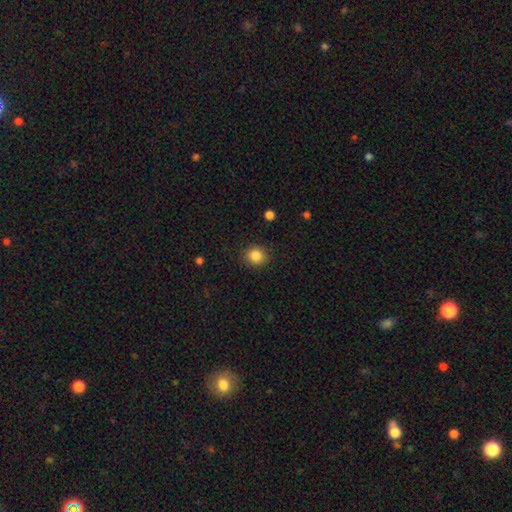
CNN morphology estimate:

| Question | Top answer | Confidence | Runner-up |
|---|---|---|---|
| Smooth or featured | smooth | 86% | star or artifact (10%) |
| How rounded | round | 82% | in between (17%) |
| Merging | none | 89% | minor disturbance (7%) |